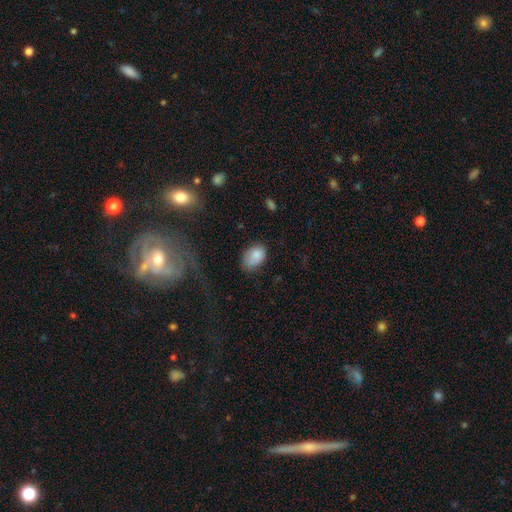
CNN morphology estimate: Overall: smooth (80%). How rounded: in between (85%). Merging: none (54%; minor disturbance 32%).